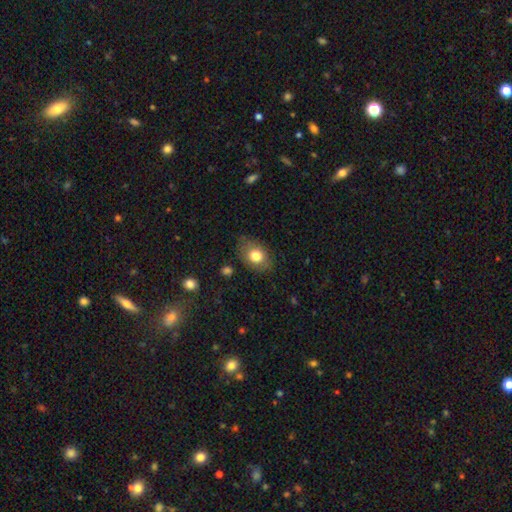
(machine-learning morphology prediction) This appears to be a smooth galaxy with no disk features (76%) that is in between round and cigar-shaped (72%). Merging: none (77%).